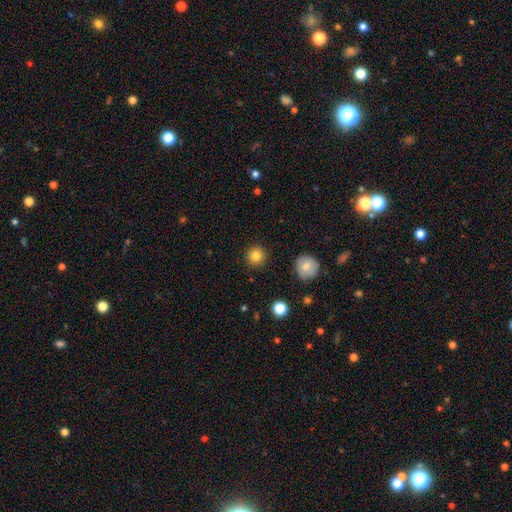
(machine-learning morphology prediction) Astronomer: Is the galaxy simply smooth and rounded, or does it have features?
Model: smooth — 83%.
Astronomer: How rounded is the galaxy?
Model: round — 95%.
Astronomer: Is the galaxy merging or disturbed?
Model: none — 91%.